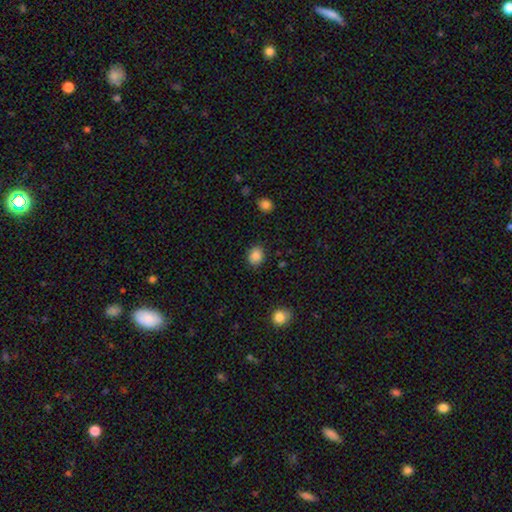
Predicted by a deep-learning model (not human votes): smooth-or-featured: smooth: 86% | star or artifact: 9% | featured or disk: 4%
  how-rounded: round: 59% | in between: 41% | cigar-shaped: 1%
  merging: none: 88% | minor disturbance: 9% | major disturbance: 2% | merger: 1%